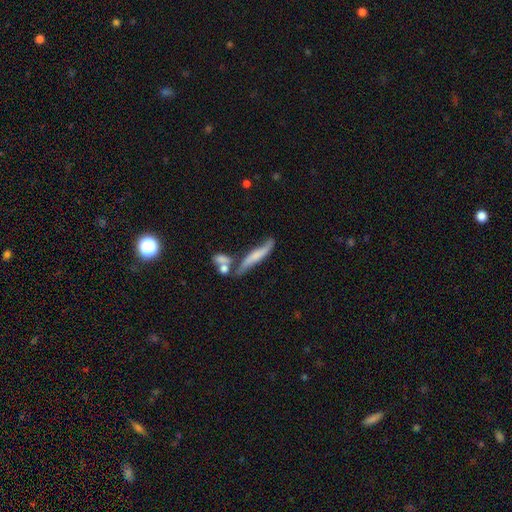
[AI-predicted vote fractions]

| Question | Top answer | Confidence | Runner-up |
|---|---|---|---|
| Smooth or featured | featured or disk | 51% | smooth (42%) |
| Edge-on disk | yes | 64% | no (36%) |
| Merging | none | 47% | merger (22%) |